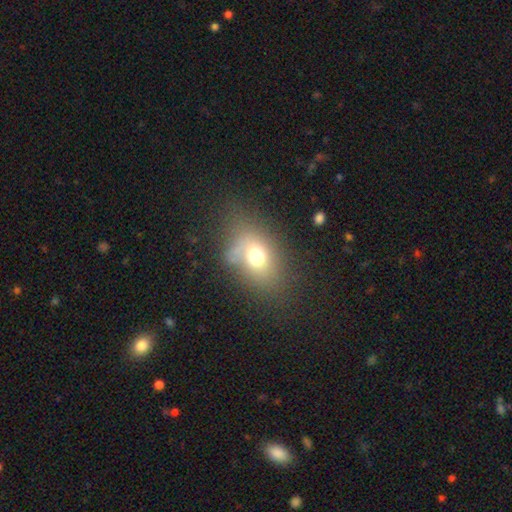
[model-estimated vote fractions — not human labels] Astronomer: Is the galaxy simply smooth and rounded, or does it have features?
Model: smooth — 66%.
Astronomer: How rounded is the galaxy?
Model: in between — 64%.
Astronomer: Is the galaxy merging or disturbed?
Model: none — 61%.